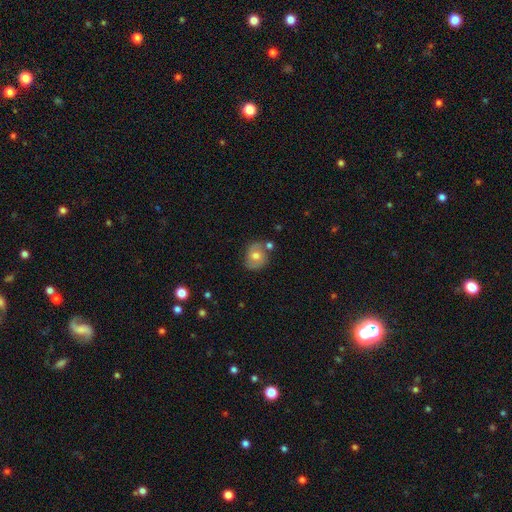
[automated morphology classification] Q: Smooth or featured?
A: smooth (47%); runner-up: featured or disk (43%)
Q: Merging?
A: none (70%); runner-up: minor disturbance (16%)